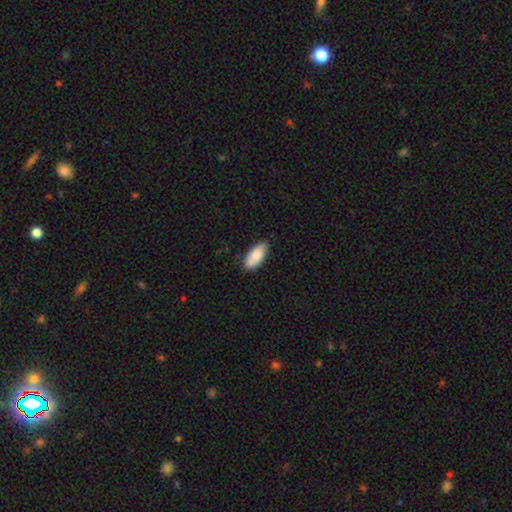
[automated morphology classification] Smooth or featured? Predicted: smooth (p=0.83). How rounded? Predicted: in between (p=0.87). Merging? Predicted: none (p=0.81).